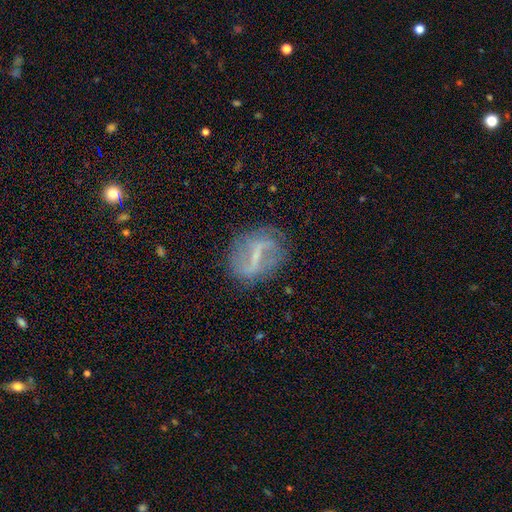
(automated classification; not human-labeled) Morphology: type=featured or disk (73%); edge-on=no (93%); bar=strong (56%); spiral arms=yes (66%); bulge=small (48%); merging=none (70%).